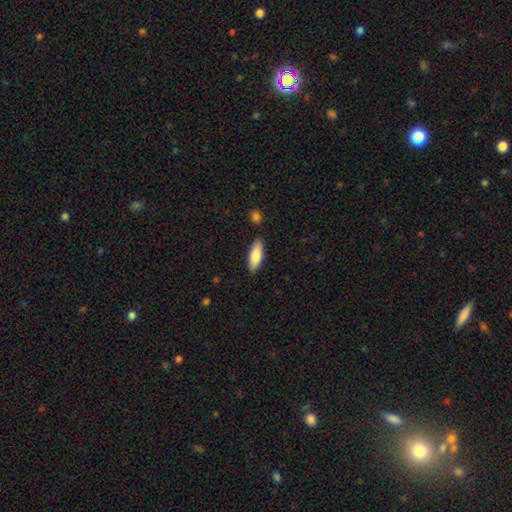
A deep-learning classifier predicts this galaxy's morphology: Smooth or featured? smooth (82%)
How rounded? in between (65%)
Merging? none (85%)